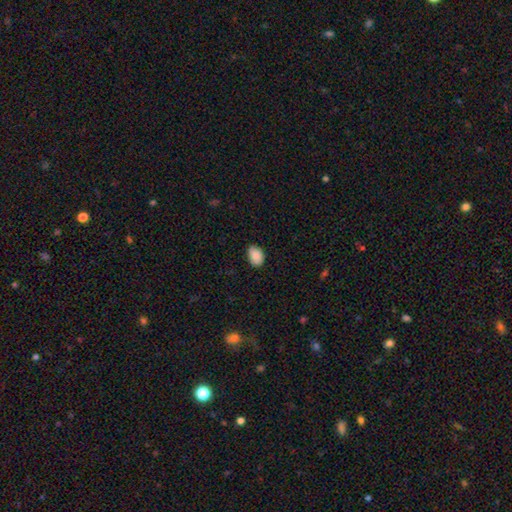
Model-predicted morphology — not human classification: A smooth galaxy with no disk features (88%) that is in between round and cigar-shaped (85%). Merging: none (76%).